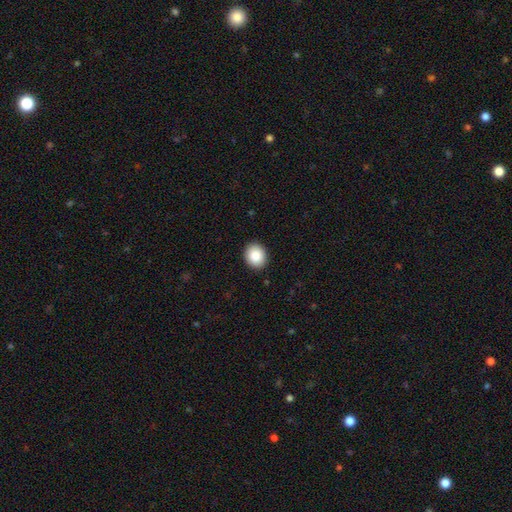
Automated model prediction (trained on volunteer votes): This appears to be a smooth galaxy with no disk features (86%) that is round (66%). Merging: none (91%).